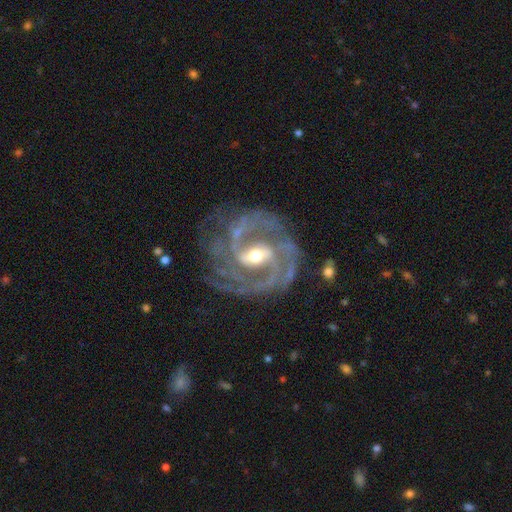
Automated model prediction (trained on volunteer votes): Morphology: type=featured or disk (92%); edge-on=no (97%); bar=strong (51%); spiral arms=yes (98%); winding=medium (51%); arm count=2 (70%); bulge=moderate (57%); merging=none (70%).